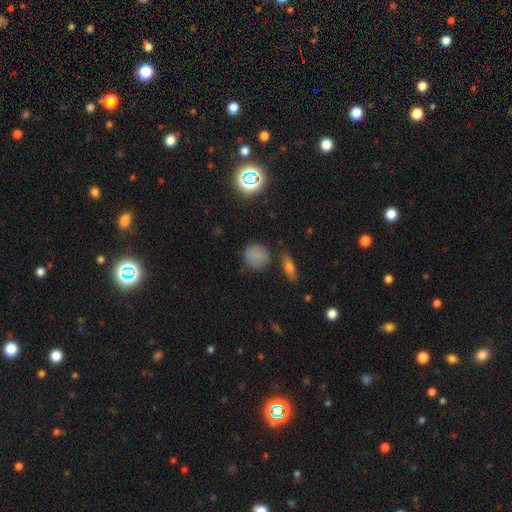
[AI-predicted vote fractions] Smooth or featured? smooth (76%)
How rounded? round (86%)
Merging? none (77%)